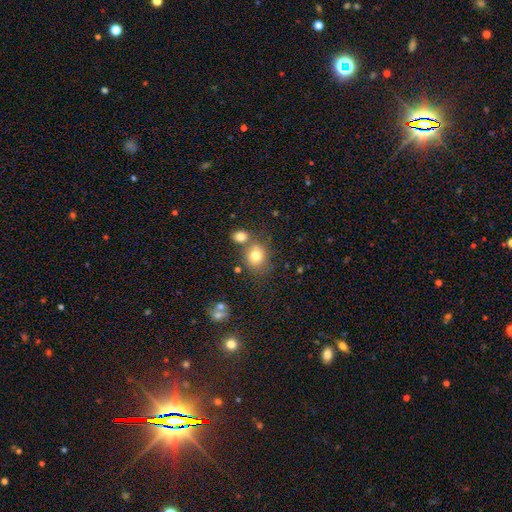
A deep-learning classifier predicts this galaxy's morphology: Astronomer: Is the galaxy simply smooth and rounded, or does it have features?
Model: smooth — 77%.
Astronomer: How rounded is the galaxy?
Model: round — 71%.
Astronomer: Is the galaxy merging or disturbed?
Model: none — 58%.